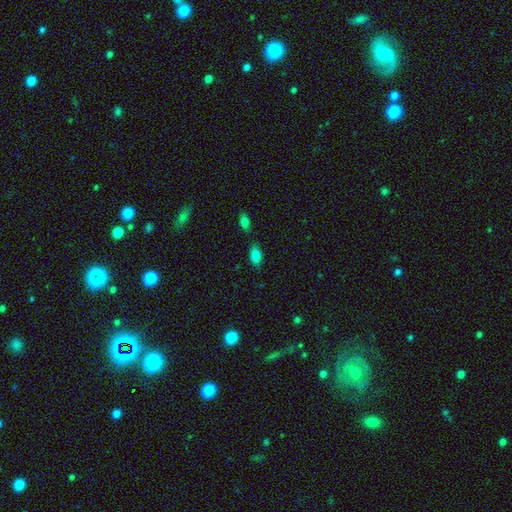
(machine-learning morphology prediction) smooth 83%, star or artifact 10%, featured or disk 7%. Down the decision tree: how rounded — in between (91%); merging — none (74%).